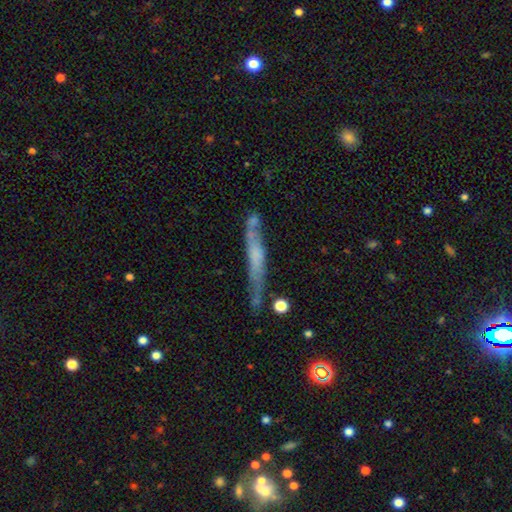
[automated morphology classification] Smooth or featured? featured or disk (46%, tied with smooth)
Merging? none (51%)